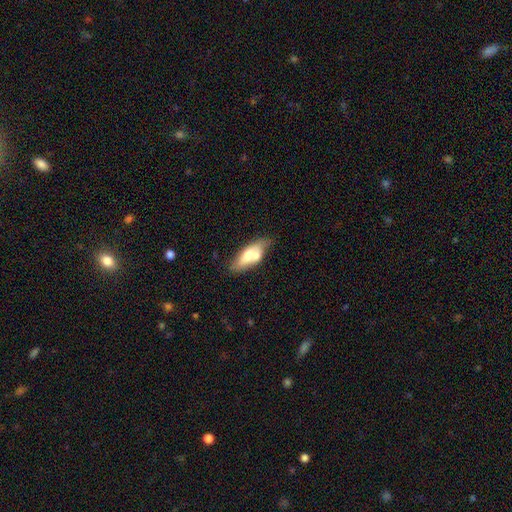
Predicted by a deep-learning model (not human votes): The model was most divided on "merging": none: 48%, merger: 27%, minor disturbance: 19%, major disturbance: 6%. More confident: how rounded — in between (70%); smooth or featured — smooth (62%).